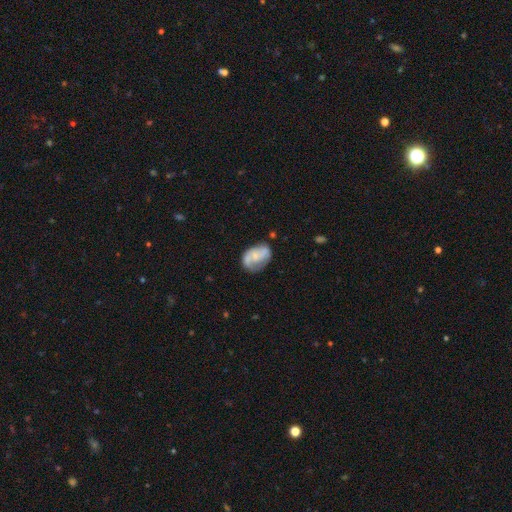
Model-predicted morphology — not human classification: A featured or disk galaxy (55%) with no bar (68%), spiral arms (72%) and a small central bulge (54%). Merging: none (50%).